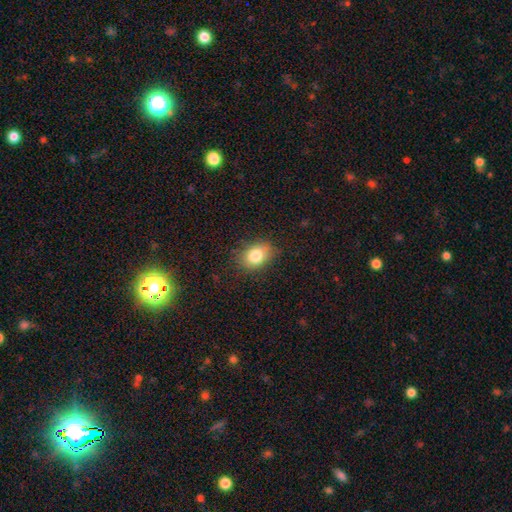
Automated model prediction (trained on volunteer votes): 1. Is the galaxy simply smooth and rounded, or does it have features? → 81% smooth, 10% star or artifact, 10% featured or disk.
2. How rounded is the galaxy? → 72% in between, 27% round, 1% cigar-shaped.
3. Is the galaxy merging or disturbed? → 79% none, 16% minor disturbance, 4% major disturbance, 1% merger.